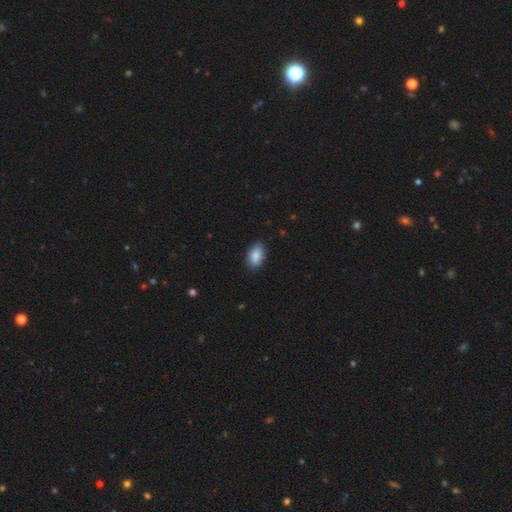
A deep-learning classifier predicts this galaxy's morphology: Smooth or featured: smooth — 88% (star or artifact — 7%)
How rounded: in between — 92% (round — 6%)
Merging: none — 83% (minor disturbance — 14%)